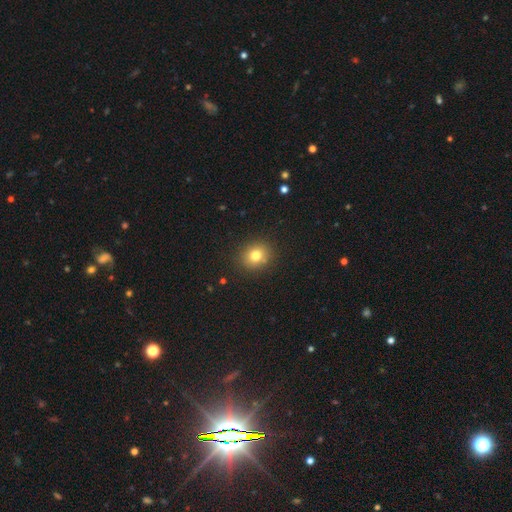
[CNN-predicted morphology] smooth_or_featured: smooth (p=0.78) [alt: star or artifact p=0.13]
how_rounded: round (p=0.72) [alt: in between p=0.27]
merging: none (p=0.88) [alt: minor disturbance p=0.08]